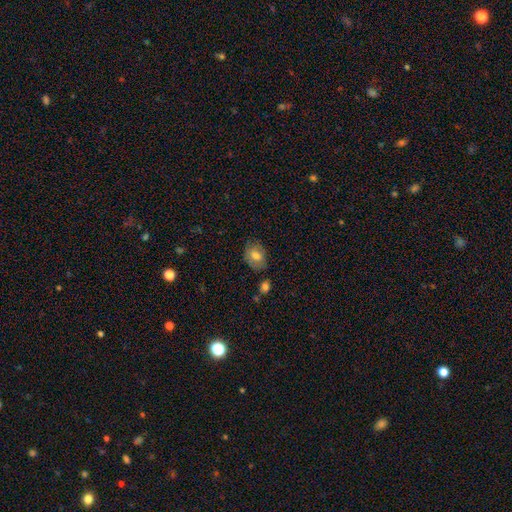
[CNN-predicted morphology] smooth_or_featured: smooth (p=0.71) [alt: featured or disk p=0.21]
how_rounded: in between (p=0.66) [alt: round p=0.33]
merging: none (p=0.71) [alt: minor disturbance p=0.21]